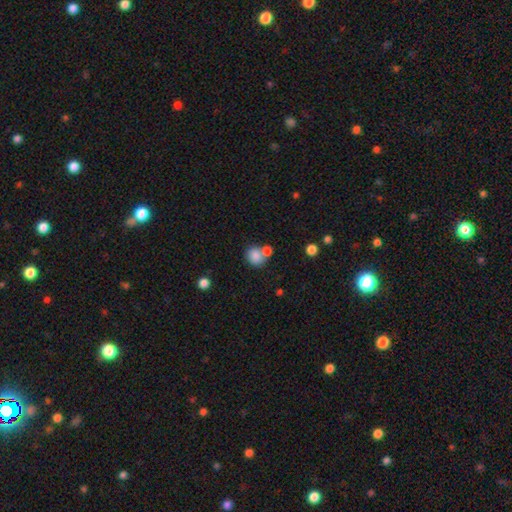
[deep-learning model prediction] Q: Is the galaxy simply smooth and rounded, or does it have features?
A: smooth — 83%.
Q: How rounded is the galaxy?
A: round — 65%.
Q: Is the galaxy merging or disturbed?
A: none — 48%.